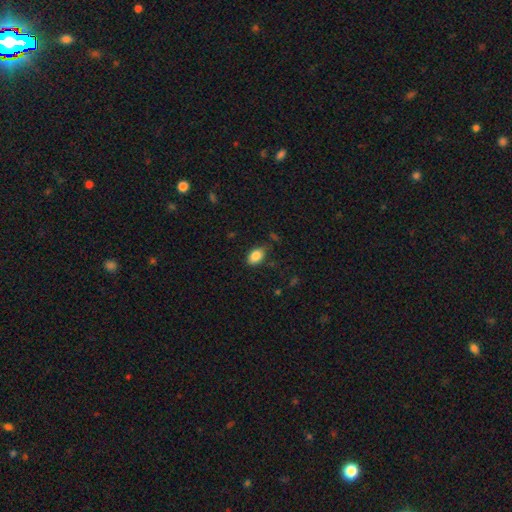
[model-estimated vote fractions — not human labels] smooth-or-featured: smooth: 86% | star or artifact: 8% | featured or disk: 5%
  how-rounded: in between: 87% | round: 12% | cigar-shaped: 1%
  merging: none: 79% | minor disturbance: 16% | major disturbance: 4% | merger: 2%